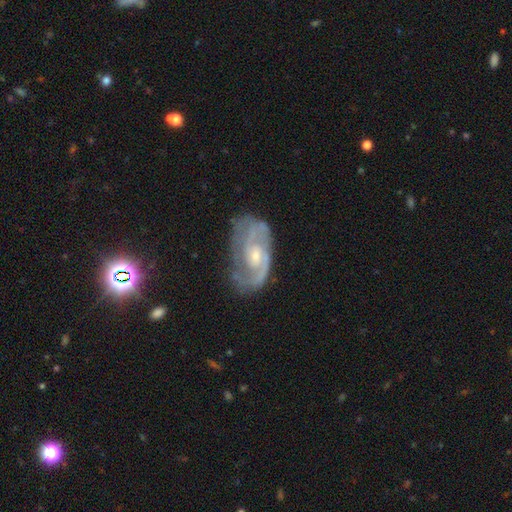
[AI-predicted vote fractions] Morphology: type=featured or disk (86%); edge-on=no (97%); bar=no (58%); spiral arms=yes (95%); winding=medium (46%); arm count=2 (66%); bulge=small (57%); merging=none (65%).